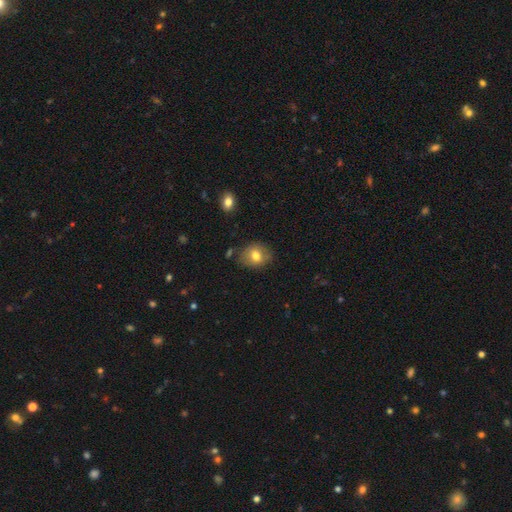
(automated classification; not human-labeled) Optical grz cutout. It shows a smooth galaxy with no disk features (76%) that is round (65%). Merging: none (77%).